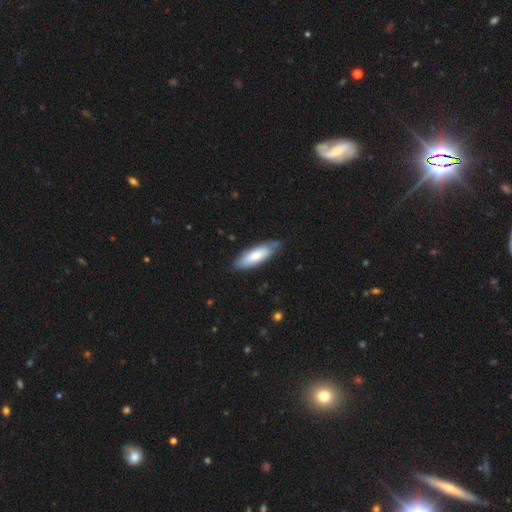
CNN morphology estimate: A smooth galaxy with no disk features (74%) that is in between round and cigar-shaped (58%).

Vote fractions:
- Smooth or featured? smooth: 74% / featured or disk: 21% / star or artifact: 5%
- How rounded? in between: 58% / cigar-shaped: 41% / round: 1%
- Merging? none: 78% / minor disturbance: 18% / major disturbance: 3% / merger: 1%